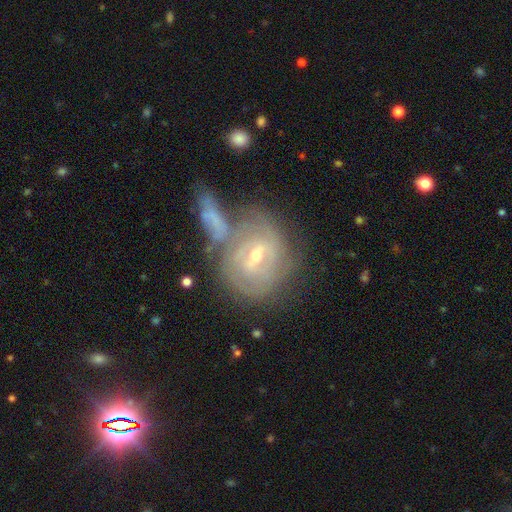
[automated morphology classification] Smooth or featured? featured or disk (75%)
Edge-on disk? no (94%)
Bar? weak (51%)
Spiral arms? yes (81%)
Spiral winding? tight (69%)
Spiral arm count? can't tell (54%)
Bulge size? small (52%)
Merging? none (46%)